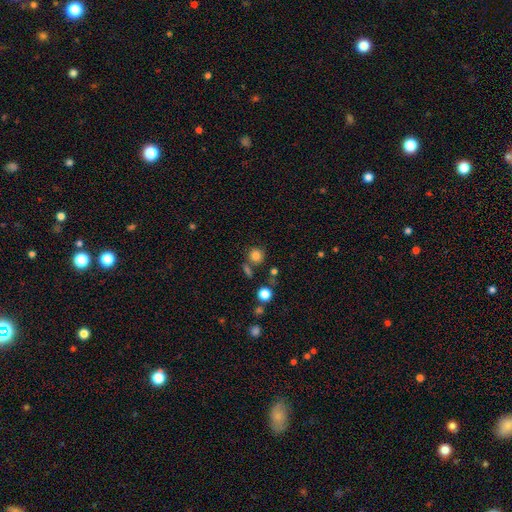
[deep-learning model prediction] smooth-or-featured: smooth: 81% | star or artifact: 12% | featured or disk: 7%
  how-rounded: round: 90% | in between: 9% | cigar-shaped: 1%
  merging: none: 72% | merger: 12% | minor disturbance: 11% | major disturbance: 4%